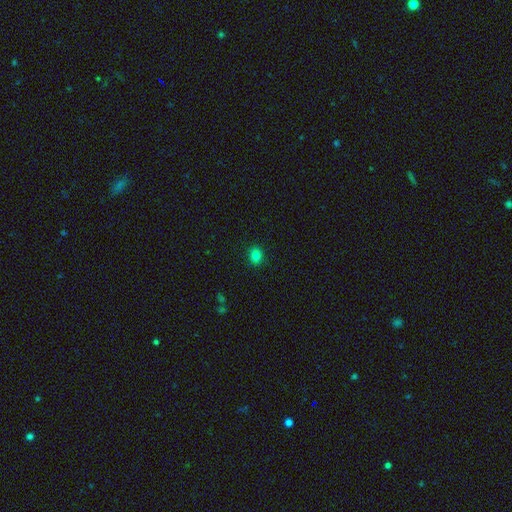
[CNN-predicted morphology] smooth 81%, star or artifact 13%, featured or disk 6%. Down the decision tree: how rounded — round (58%); merging — none (90%).